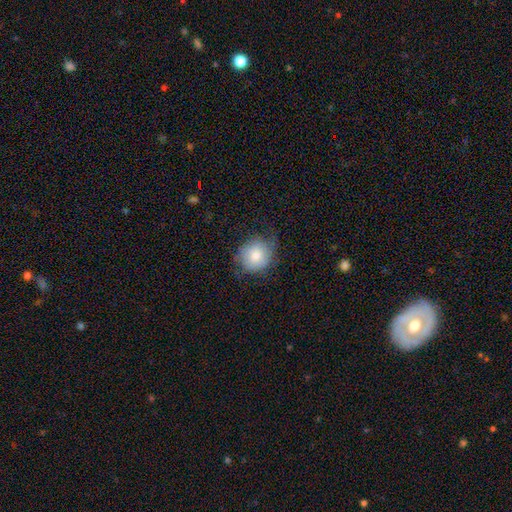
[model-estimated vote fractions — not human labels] This appears to be a smooth galaxy with no disk features (77%) that is round (78%). Merging: none (60%).